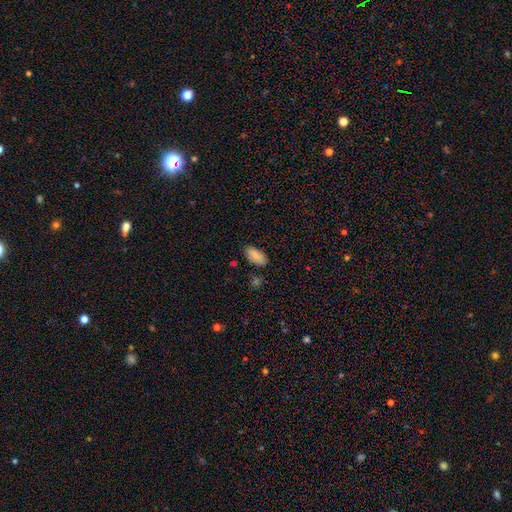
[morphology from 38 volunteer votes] Smooth or featured? 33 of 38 (87%) said smooth. How rounded? 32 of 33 (97%) said in between. Merging? 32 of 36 (89%) said none.